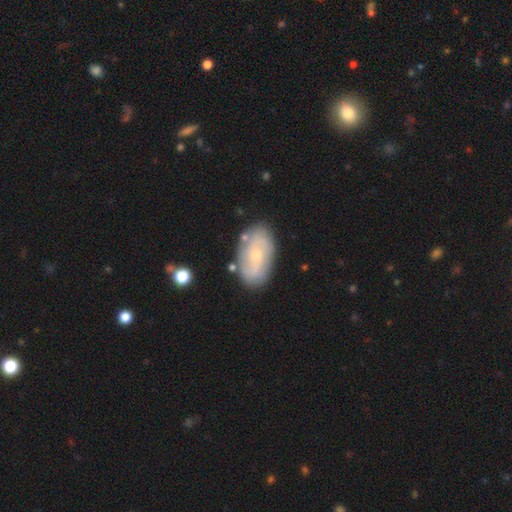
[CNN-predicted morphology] type=featured or disk (61%); edge-on=no (95%); bar=no (68%); spiral arms=yes (82%); bulge=small (71%); merging=none (76%).